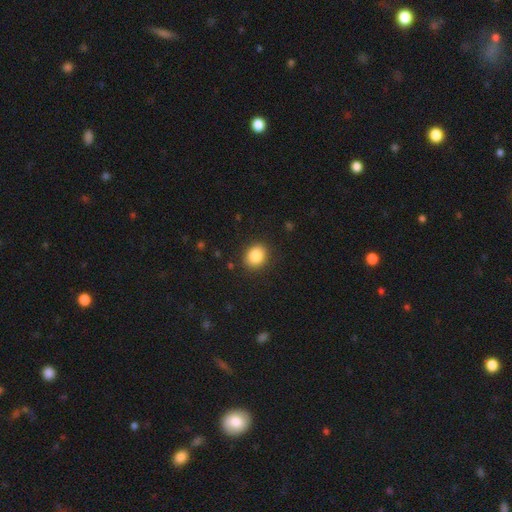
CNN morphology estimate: smooth-or-featured: smooth: 87% | star or artifact: 9% | featured or disk: 4%
  how-rounded: round: 60% | in between: 39% | cigar-shaped: 1%
  merging: none: 88% | minor disturbance: 8% | major disturbance: 3% | merger: 1%